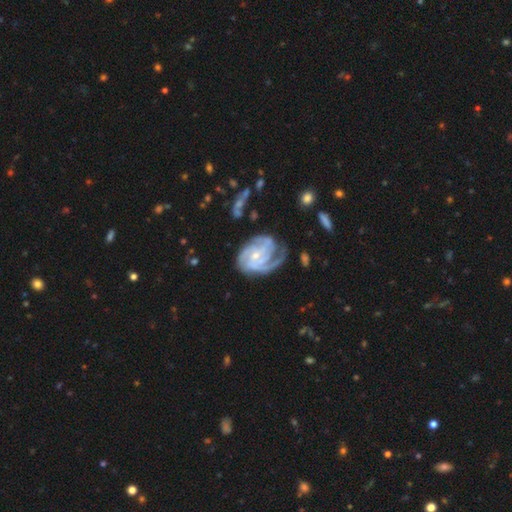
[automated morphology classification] The model was most divided on "spiral arm count": 3: 39%, 4: 23%, can't tell: 14%, 2: 11%, more than 4: 6%, 1: 6%. More confident: edge-on disk — no (98%); spiral arms — yes (98%); smooth or featured — featured or disk (91%); bulge size — small (72%); spiral winding — tight (62%); merging — none (59%); bar — no (57%).